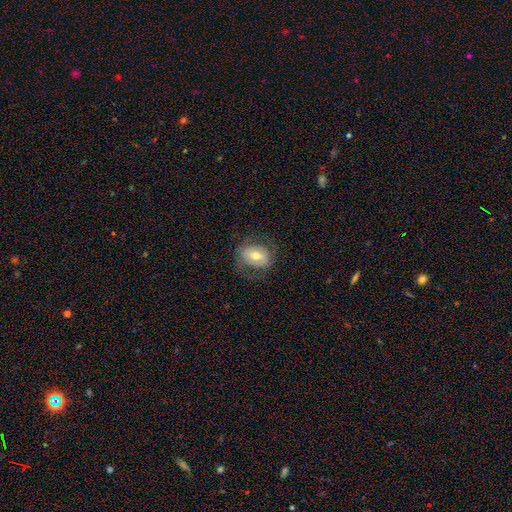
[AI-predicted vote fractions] smooth-or-featured: smooth: 48% | featured or disk: 43% | star or artifact: 9%
  merging: none: 70% | minor disturbance: 17% | major disturbance: 12% | merger: 1%